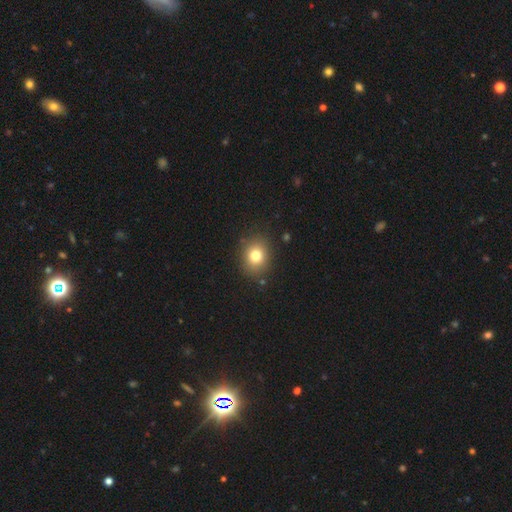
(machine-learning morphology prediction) This is likely a smooth galaxy (78%). How rounded: likely round (61%). Merging: clearly none (86%).